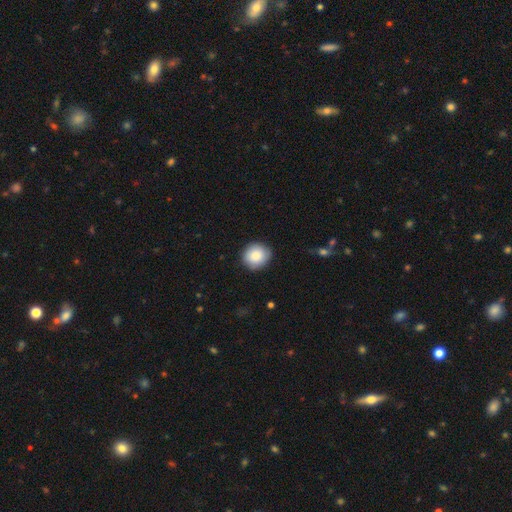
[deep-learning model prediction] The model was most divided on "how rounded": round: 85%, in between: 14%, cigar-shaped: 1%. More confident: smooth or featured — smooth (86%); merging — none (86%).